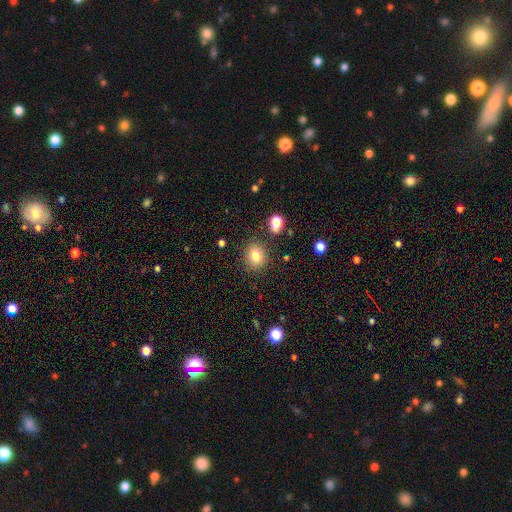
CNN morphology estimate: Smooth or featured?
  - smooth: 80% *
  - star or artifact: 12%
  - featured or disk: 8%
How rounded?
  - round: 67% *
  - in between: 32%
  - cigar-shaped: 1%
Merging?
  - none: 84% *
  - minor disturbance: 10%
  - merger: 3%
  - major disturbance: 3%